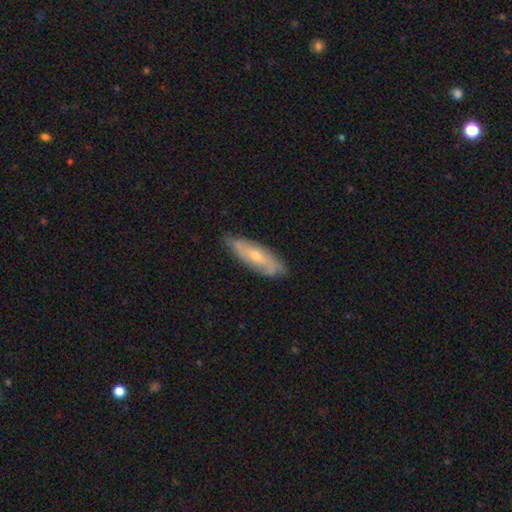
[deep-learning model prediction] A featured or disk galaxy (62%). Merging: none (76%).